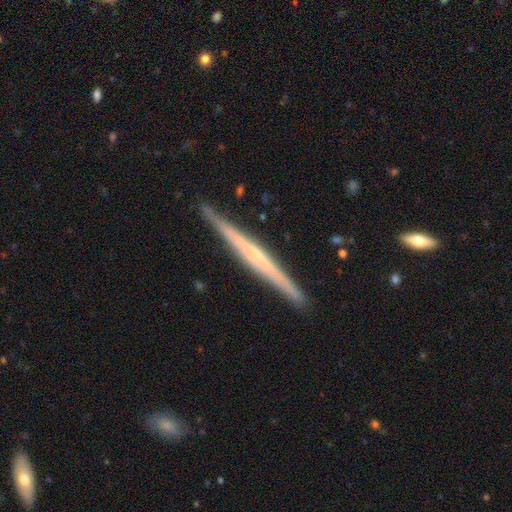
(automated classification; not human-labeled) A featured or disk galaxy (73%) viewed edge-on (98%) with no central bulge (52%). Merging: none (90%).